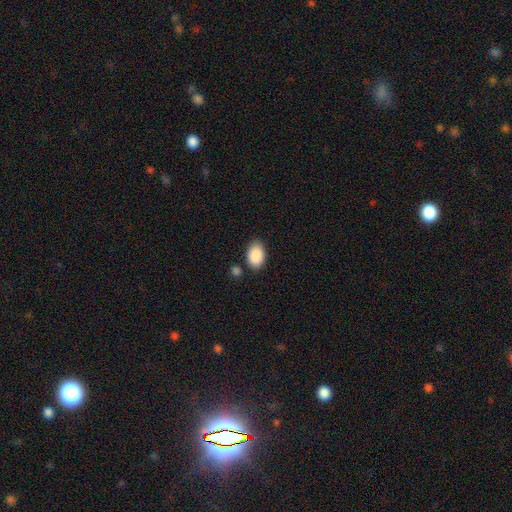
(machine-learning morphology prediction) Q: Smooth or featured?
A: smooth (90%); runner-up: star or artifact (7%)
Q: How rounded?
A: in between (88%); runner-up: round (11%)
Q: Merging?
A: none (79%); runner-up: minor disturbance (13%)